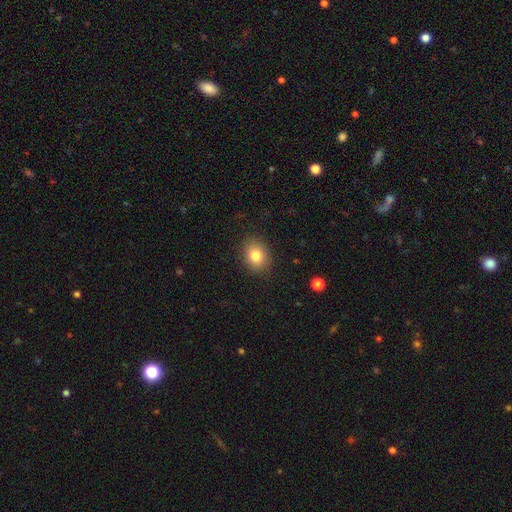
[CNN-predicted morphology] This is clearly a smooth galaxy (82%). How rounded: possibly in between (54%). Merging: clearly none (87%).